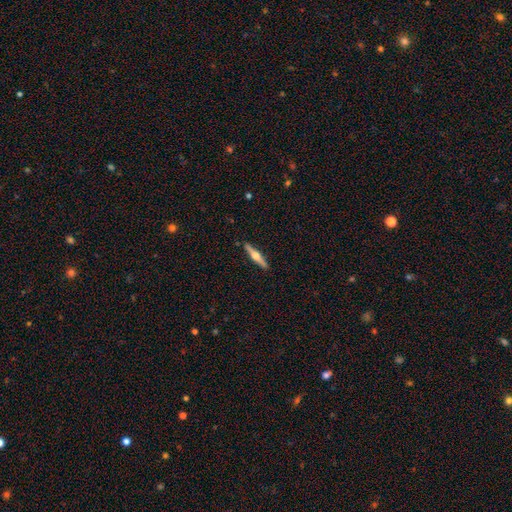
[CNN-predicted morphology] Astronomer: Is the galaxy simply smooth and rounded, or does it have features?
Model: featured or disk — 67%.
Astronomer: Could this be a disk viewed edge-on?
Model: yes — 97%.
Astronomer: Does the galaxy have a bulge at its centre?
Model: rounded — 94%.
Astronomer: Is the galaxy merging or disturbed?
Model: none — 91%.